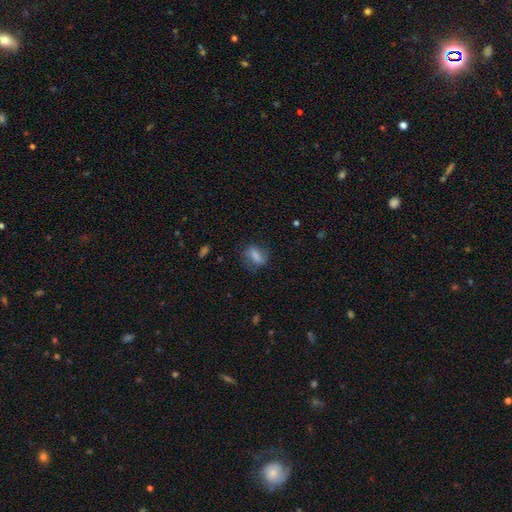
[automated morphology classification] Smooth or featured?
  - smooth: 59% *
  - featured or disk: 32%
  - star or artifact: 9%
How rounded?
  - in between: 68% *
  - round: 21%
  - cigar-shaped: 11%
Merging?
  - none: 67% *
  - minor disturbance: 21%
  - major disturbance: 10%
  - merger: 2%